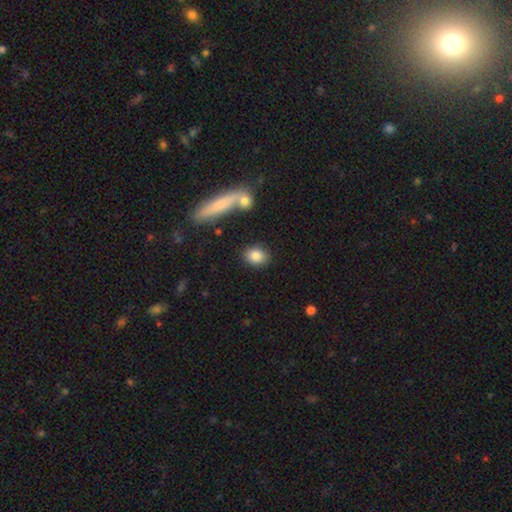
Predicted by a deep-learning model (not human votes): Smooth or featured?
  - smooth: 85% *
  - star or artifact: 8%
  - featured or disk: 7%
How rounded?
  - in between: 58% *
  - round: 39%
  - cigar-shaped: 3%
Merging?
  - none: 84% *
  - minor disturbance: 9%
  - merger: 4%
  - major disturbance: 3%